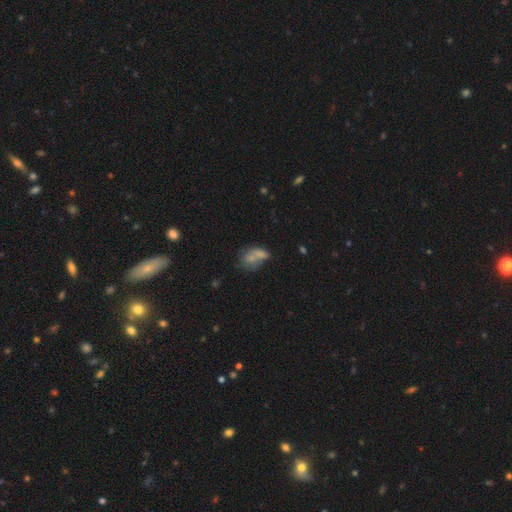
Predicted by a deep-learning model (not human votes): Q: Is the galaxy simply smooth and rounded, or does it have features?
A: smooth — 65%.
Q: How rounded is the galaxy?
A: in between — 72%.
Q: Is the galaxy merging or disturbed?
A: merger — 47%.